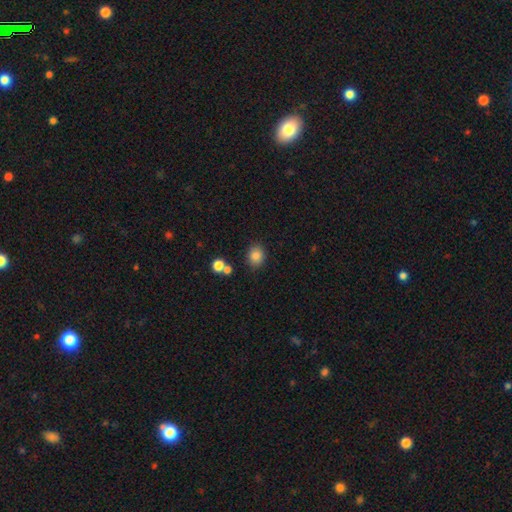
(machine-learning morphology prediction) A smooth galaxy with no disk features (84%) that is round (63%).

Vote fractions:
- Smooth or featured? smooth: 84% / star or artifact: 11% / featured or disk: 5%
- How rounded? round: 63% / in between: 36% / cigar-shaped: 1%
- Merging? none: 82% / minor disturbance: 10% / merger: 5% / major disturbance: 3%